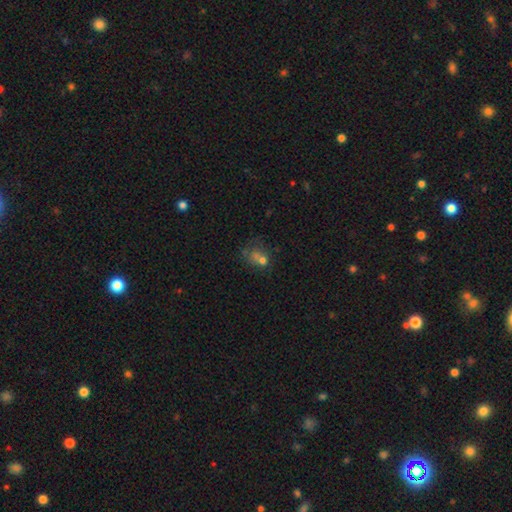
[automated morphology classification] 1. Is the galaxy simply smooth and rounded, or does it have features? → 48% smooth, 31% star or artifact, 21% featured or disk.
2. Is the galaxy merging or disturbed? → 41% none, 21% major disturbance, 20% merger, 18% minor disturbance.